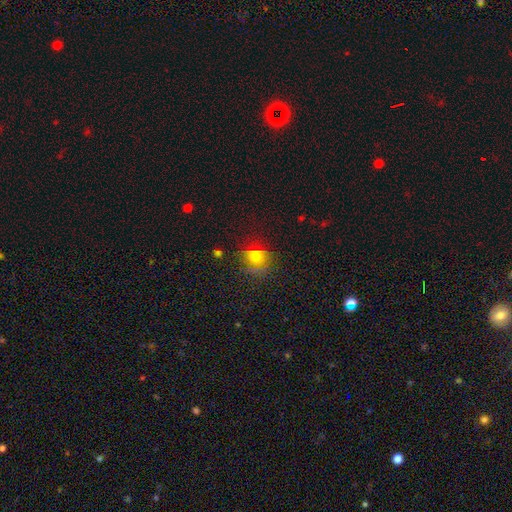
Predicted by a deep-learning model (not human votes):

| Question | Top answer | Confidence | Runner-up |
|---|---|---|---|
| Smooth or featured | smooth | 71% | star or artifact (19%) |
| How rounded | round | 78% | in between (21%) |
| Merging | none | 66% | minor disturbance (20%) |